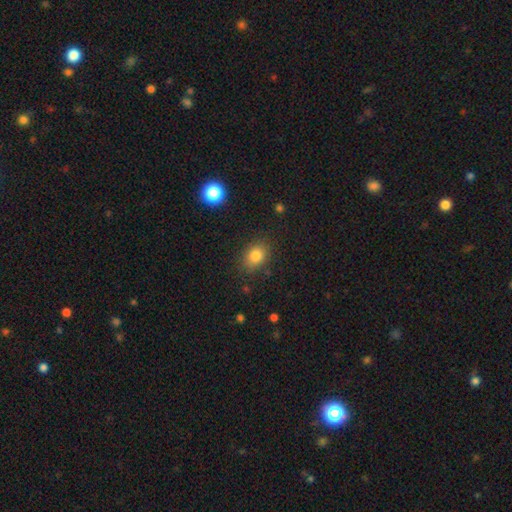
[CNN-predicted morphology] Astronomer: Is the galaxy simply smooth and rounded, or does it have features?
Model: smooth — 81%.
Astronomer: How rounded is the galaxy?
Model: in between — 62% (runner-up: round, 37%).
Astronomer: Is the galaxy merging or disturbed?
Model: none — 83%.